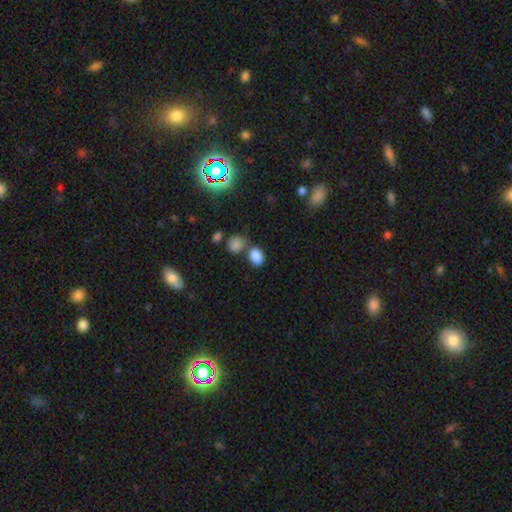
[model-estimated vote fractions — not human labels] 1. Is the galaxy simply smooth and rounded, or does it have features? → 84% smooth, 11% star or artifact, 5% featured or disk.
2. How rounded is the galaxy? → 72% in between, 26% round, 1% cigar-shaped.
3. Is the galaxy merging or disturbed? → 56% none, 26% merger, 13% minor disturbance, 5% major disturbance.